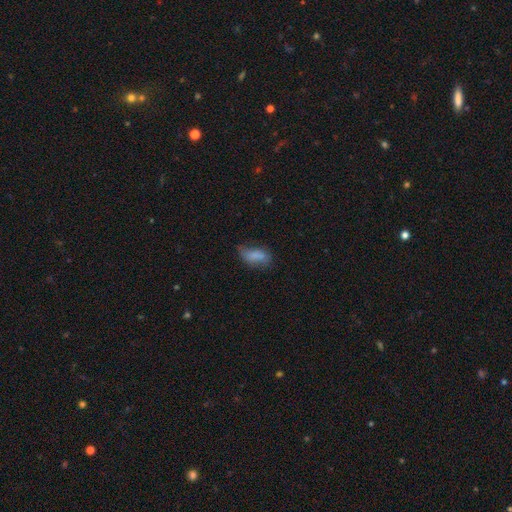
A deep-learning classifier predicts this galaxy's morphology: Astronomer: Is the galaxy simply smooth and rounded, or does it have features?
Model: smooth — 74%.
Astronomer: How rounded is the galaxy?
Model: in between — 87%.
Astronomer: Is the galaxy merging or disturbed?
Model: none — 40% (runner-up: minor disturbance, 36%).